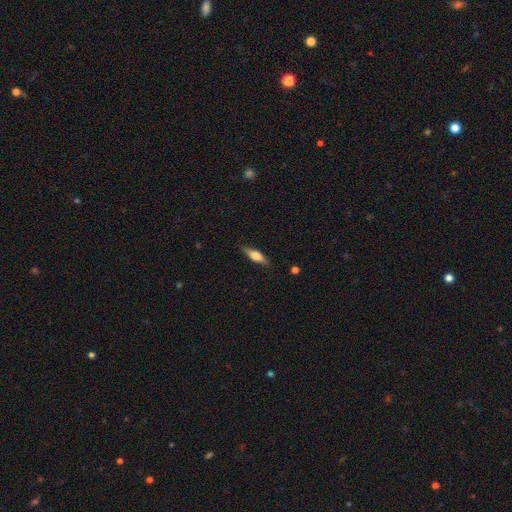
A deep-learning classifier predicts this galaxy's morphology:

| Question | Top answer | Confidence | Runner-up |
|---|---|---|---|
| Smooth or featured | smooth | 54% | featured or disk (39%) |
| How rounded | cigar-shaped | 54% | in between (44%) |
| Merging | none | 84% | minor disturbance (12%) |